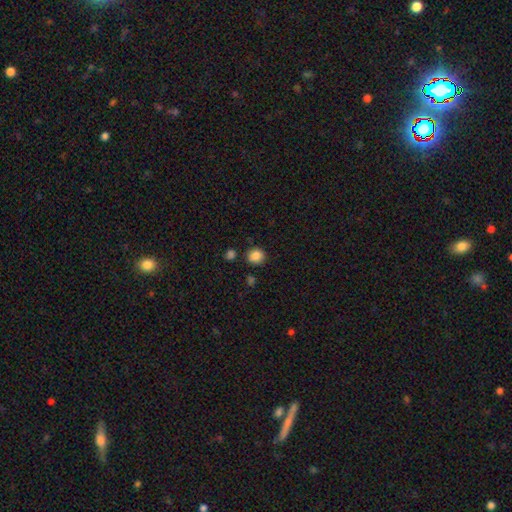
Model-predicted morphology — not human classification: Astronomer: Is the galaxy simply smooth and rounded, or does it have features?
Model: smooth — 86%.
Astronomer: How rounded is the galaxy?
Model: round — 83%.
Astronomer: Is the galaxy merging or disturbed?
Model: none — 84%.